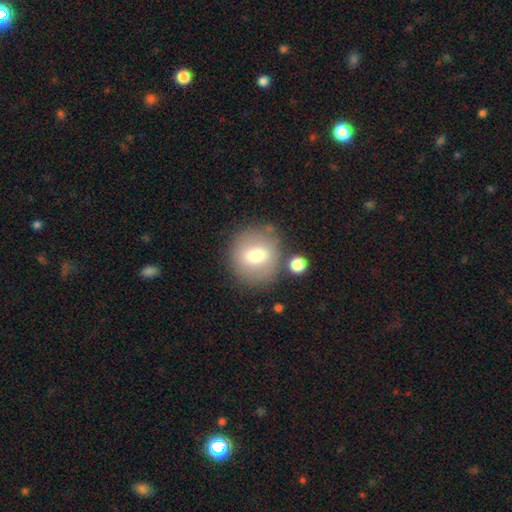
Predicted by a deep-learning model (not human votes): A smooth galaxy with no disk features (70%) that is round (87%). Merging: none (79%).